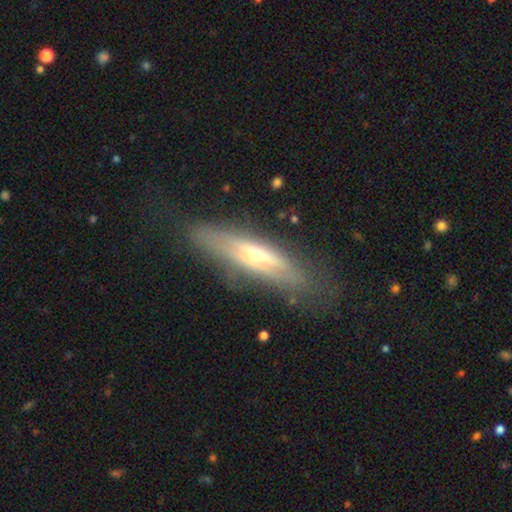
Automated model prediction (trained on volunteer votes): Q: Smooth or featured?
A: featured or disk (64%); runner-up: smooth (29%)
Q: Edge-on disk?
A: yes (78%); runner-up: no (22%)
Q: Merging?
A: none (71%); runner-up: minor disturbance (19%)